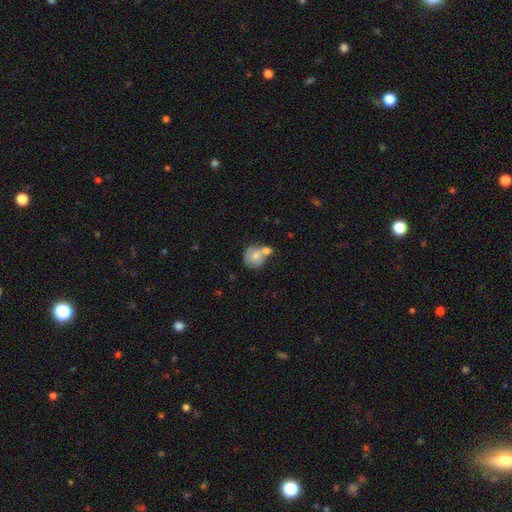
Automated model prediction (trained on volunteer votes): A smooth galaxy with no disk features (64%) that is round (70%).

Vote fractions:
- Smooth or featured? smooth: 64% / featured or disk: 28% / star or artifact: 7%
- How rounded? round: 70% / in between: 29% / cigar-shaped: 1%
- Merging? merger: 56% / none: 25% / minor disturbance: 13% / major disturbance: 7%